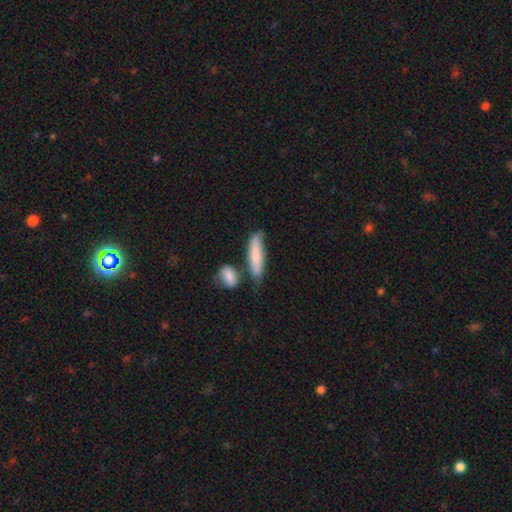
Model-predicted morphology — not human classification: Smooth or featured?
  - smooth: 76% *
  - featured or disk: 18%
  - star or artifact: 6%
How rounded?
  - cigar-shaped: 73% *
  - in between: 25%
  - round: 2%
Merging?
  - none: 62% *
  - minor disturbance: 20%
  - merger: 14%
  - major disturbance: 5%